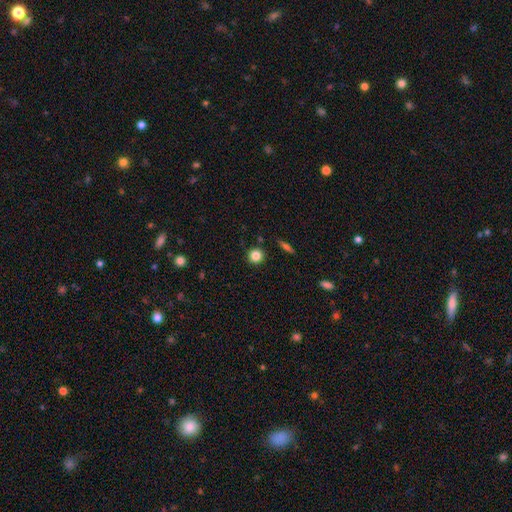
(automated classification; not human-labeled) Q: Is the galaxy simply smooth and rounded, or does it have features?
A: smooth — 83%.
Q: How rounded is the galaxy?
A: round — 94%.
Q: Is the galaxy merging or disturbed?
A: none — 90%.